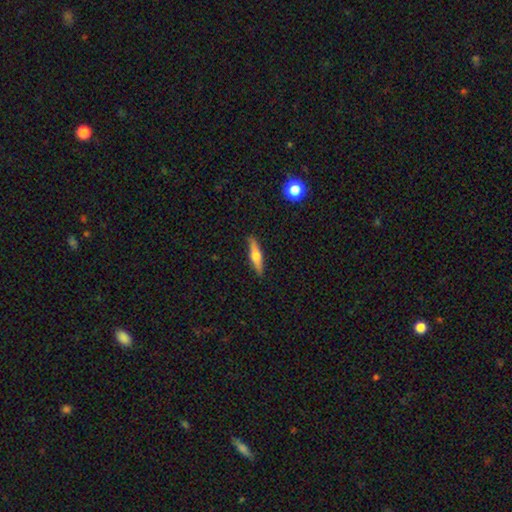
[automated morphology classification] Smooth or featured? Predicted: smooth (p=0.49). Merging? Predicted: none (p=0.88).